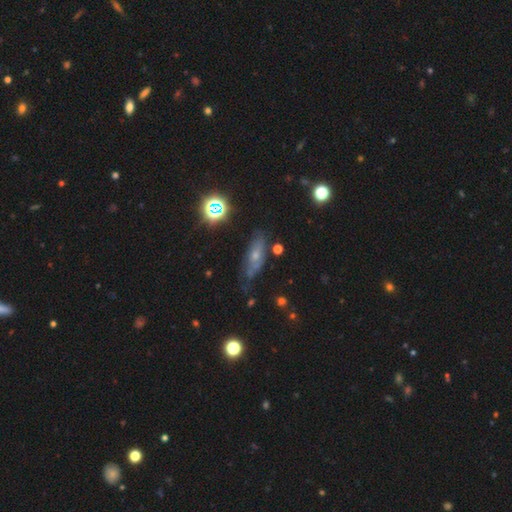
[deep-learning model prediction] smooth 43%, featured or disk 37%, star or artifact 20%. Down the decision tree: merging — none (60%).